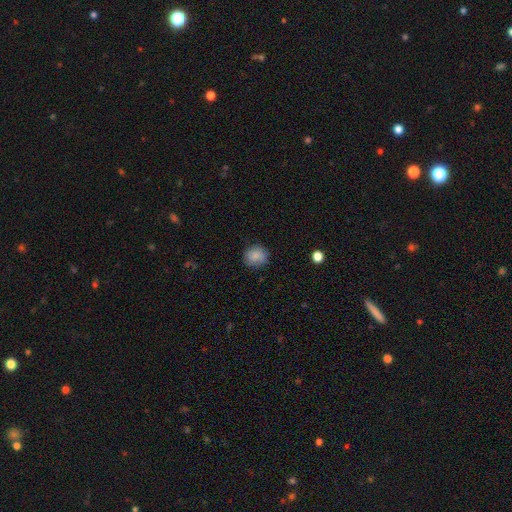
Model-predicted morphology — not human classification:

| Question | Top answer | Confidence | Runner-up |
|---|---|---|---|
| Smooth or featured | smooth | 85% | star or artifact (8%) |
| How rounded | round | 82% | in between (17%) |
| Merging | none | 81% | minor disturbance (15%) |